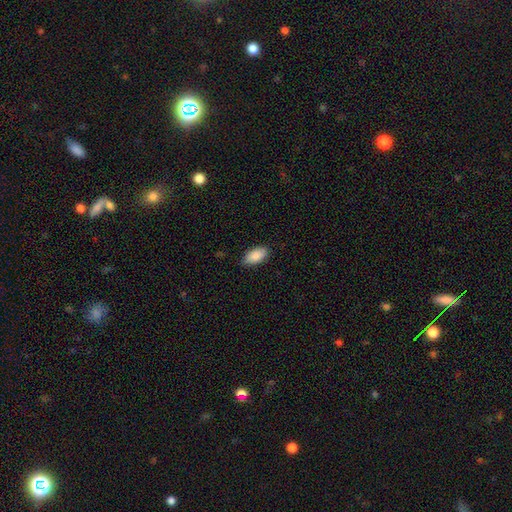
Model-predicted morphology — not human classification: smooth 88%, star or artifact 6%, featured or disk 6%. Down the decision tree: how rounded — in between (94%); merging — none (84%).